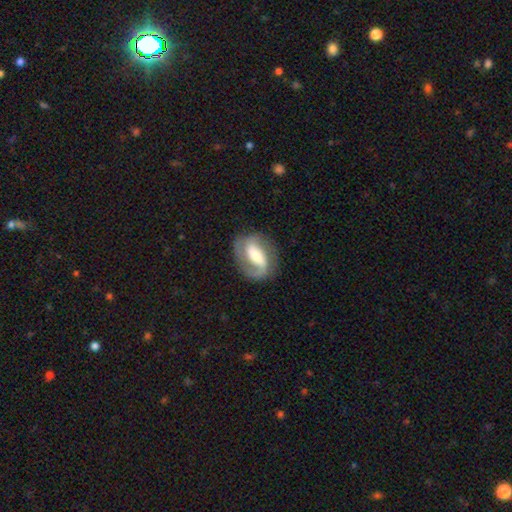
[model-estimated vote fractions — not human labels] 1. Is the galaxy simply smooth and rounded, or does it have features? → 79% featured or disk, 16% smooth, 5% star or artifact.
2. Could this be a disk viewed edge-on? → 96% no, 4% yes.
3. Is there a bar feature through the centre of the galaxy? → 44% strong, 36% weak, 20% no.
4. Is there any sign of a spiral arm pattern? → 91% yes, 9% no.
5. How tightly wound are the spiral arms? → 45% medium, 28% tight, 27% loose.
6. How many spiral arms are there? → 74% 2, 18% 1, 5% can't tell, 1% 3, 1% 4, 1% more than 4.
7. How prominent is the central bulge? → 50% moderate, 29% small, 16% large, 3% none, 3% dominant.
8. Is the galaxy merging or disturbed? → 75% none, 15% minor disturbance, 8% major disturbance, 1% merger.